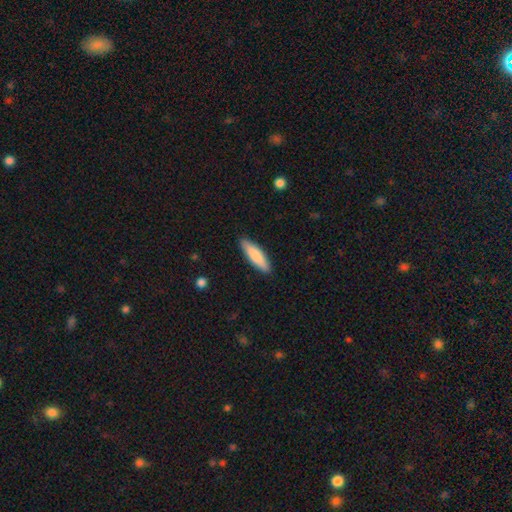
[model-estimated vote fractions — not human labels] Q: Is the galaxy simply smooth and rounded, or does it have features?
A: smooth — 81%.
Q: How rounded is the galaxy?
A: cigar-shaped — 65%.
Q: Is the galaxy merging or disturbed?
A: none — 89%.